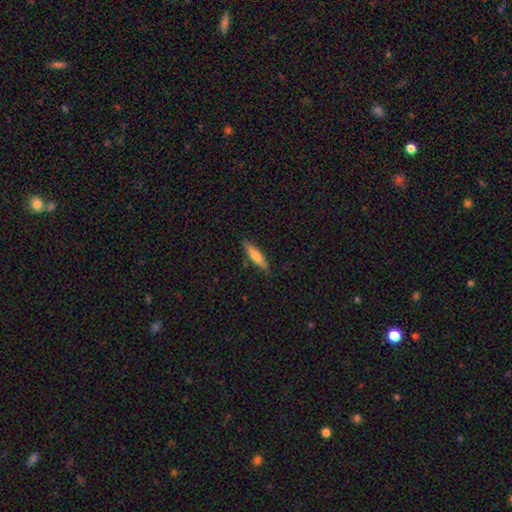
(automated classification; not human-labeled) Q: Smooth or featured?
A: smooth (64%); runner-up: featured or disk (30%)
Q: How rounded?
A: cigar-shaped (77%); runner-up: in between (22%)
Q: Merging?
A: none (84%); runner-up: minor disturbance (12%)